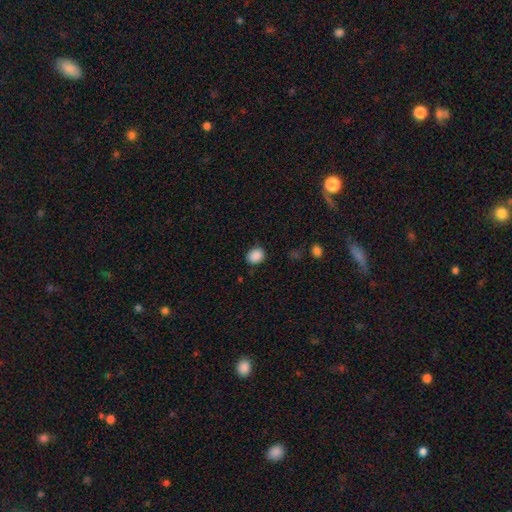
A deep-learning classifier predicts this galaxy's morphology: The model was most divided on "how rounded": round: 56%, in between: 43%, cigar-shaped: 1%. More confident: smooth or featured — smooth (88%); merging — none (83%).